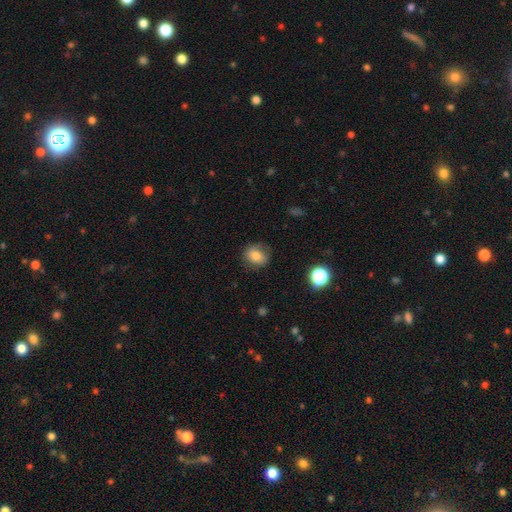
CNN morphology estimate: This is likely a smooth galaxy (76%). How rounded: likely round (66%). Merging: likely none (75%).